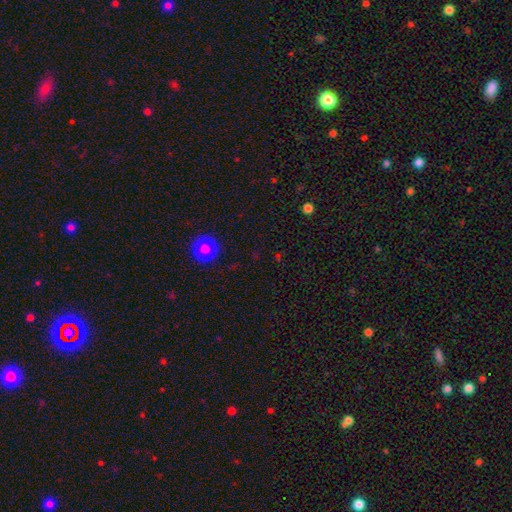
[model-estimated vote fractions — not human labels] smooth 61%, star or artifact 33%, featured or disk 6%. Down the decision tree: how rounded — round (87%); merging — none (87%).